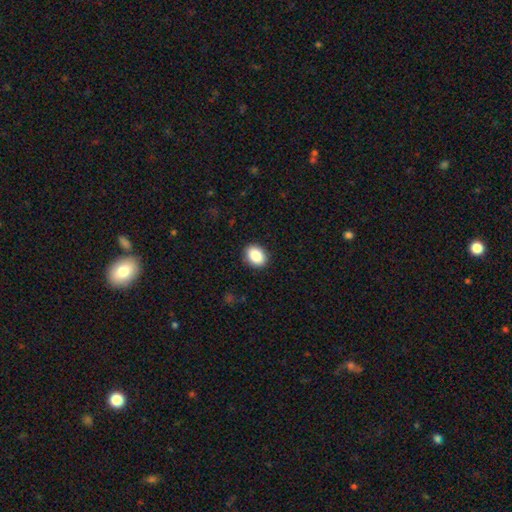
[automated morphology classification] A smooth galaxy with no disk features (87%) that is in between round and cigar-shaped (66%). Merging: none (90%).